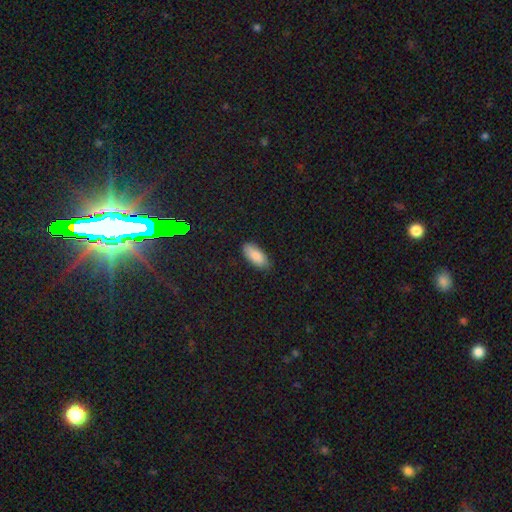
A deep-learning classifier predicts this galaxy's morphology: Smooth or featured? smooth (87%)
How rounded? in between (88%)
Merging? none (83%)